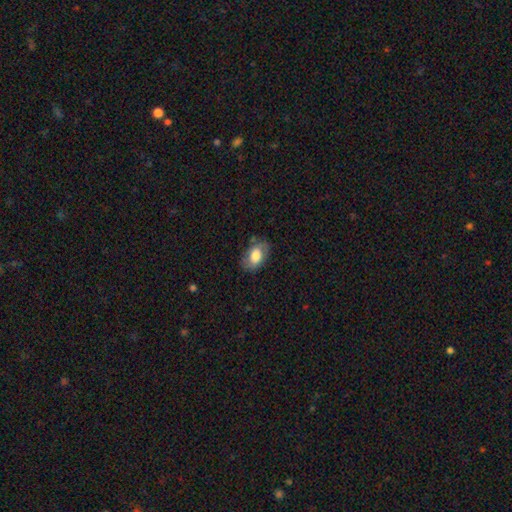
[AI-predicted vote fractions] This appears to be a smooth galaxy with no disk features (70%) that is in between round and cigar-shaped (88%). Merging: none (72%).